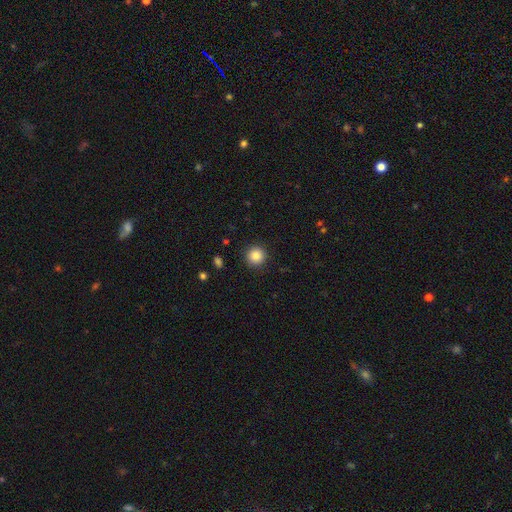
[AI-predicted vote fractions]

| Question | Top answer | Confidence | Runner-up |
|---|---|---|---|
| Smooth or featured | smooth | 86% | star or artifact (10%) |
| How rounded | round | 95% | in between (4%) |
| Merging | none | 91% | minor disturbance (6%) |